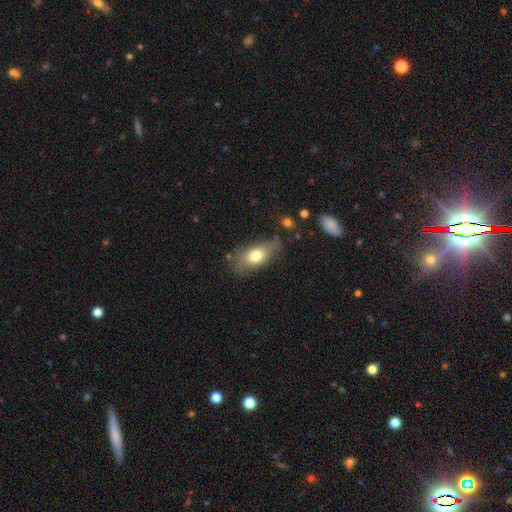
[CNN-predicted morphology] Smooth or featured: smooth — 73% (featured or disk — 19%)
How rounded: in between — 82% (cigar-shaped — 11%)
Merging: none — 64% (minor disturbance — 24%)